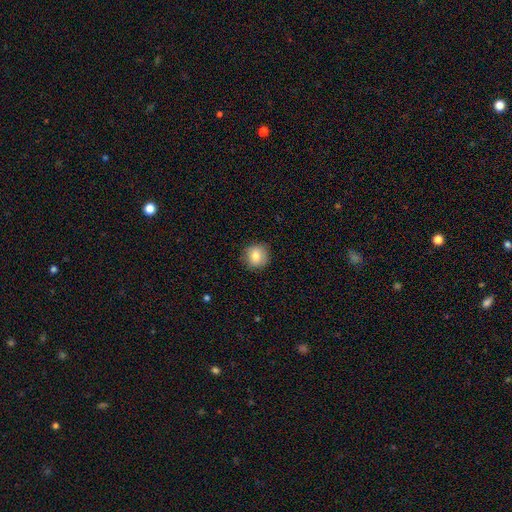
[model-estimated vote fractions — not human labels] smooth 81%, featured or disk 10%, star or artifact 9%. Down the decision tree: how rounded — round (88%); merging — none (86%).